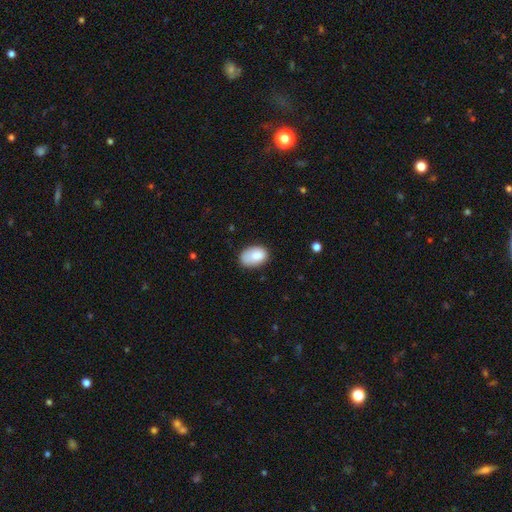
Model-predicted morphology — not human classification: The model was most divided on "merging": none: 63%, minor disturbance: 26%, major disturbance: 7%, merger: 3%. More confident: how rounded — in between (87%); smooth or featured — smooth (82%).